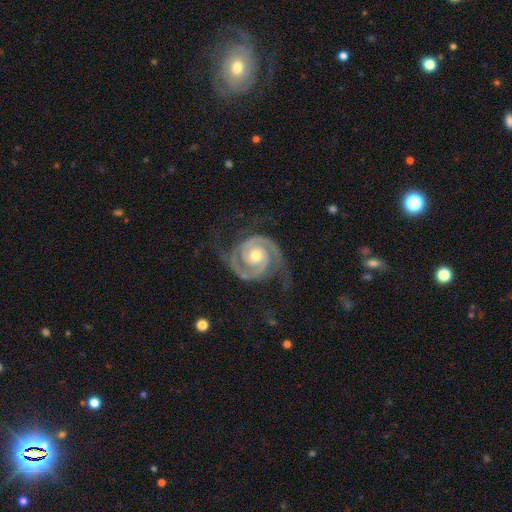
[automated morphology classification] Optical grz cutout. It shows a featured or disk galaxy (93%) with no bar (73%), 2 (90%) tight (65%) spiral arms (99%) and a moderate central bulge (68%). Merging: none (72%).